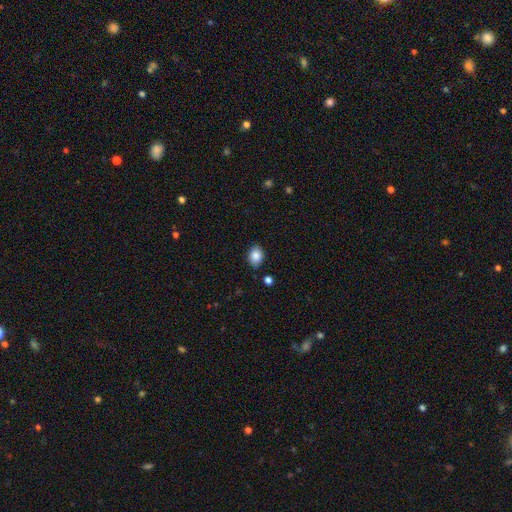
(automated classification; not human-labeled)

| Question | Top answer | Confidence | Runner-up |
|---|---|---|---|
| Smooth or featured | smooth | 86% | star or artifact (8%) |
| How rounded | in between | 72% | round (27%) |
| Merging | none | 83% | minor disturbance (12%) |